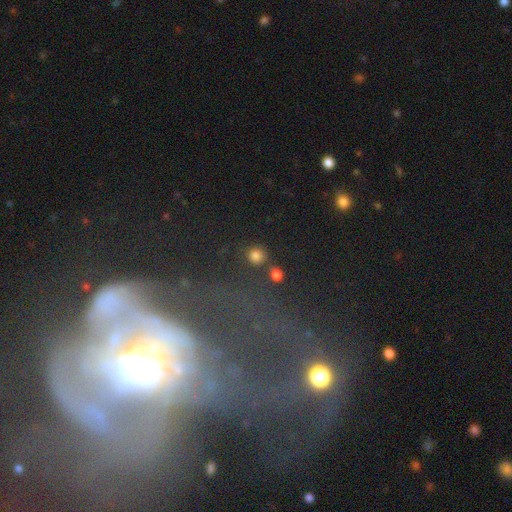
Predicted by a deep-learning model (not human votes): Q: Smooth or featured?
A: smooth (82%); runner-up: star or artifact (13%)
Q: How rounded?
A: round (94%); runner-up: in between (5%)
Q: Merging?
A: none (81%); runner-up: merger (9%)